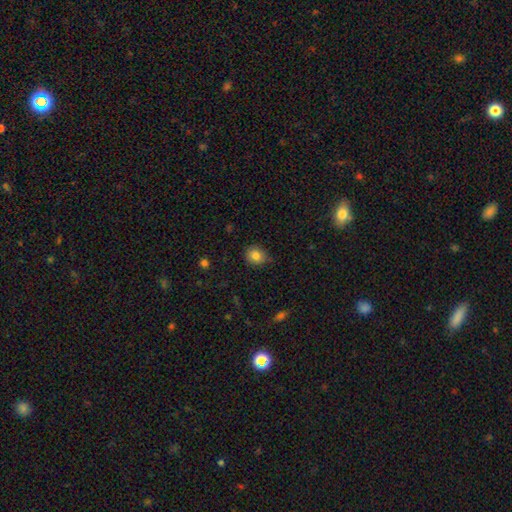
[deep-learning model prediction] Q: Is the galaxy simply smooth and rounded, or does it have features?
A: smooth — 82%.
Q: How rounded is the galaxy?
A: round — 75%.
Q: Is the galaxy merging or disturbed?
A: none — 75%.